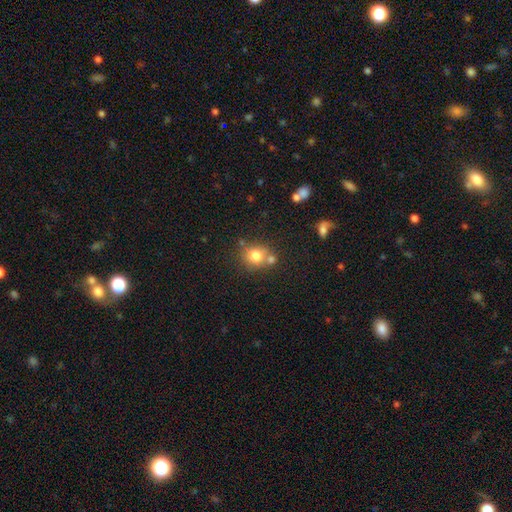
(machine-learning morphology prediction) type=smooth (76%); roundness=round (81%); merging=none (58%).